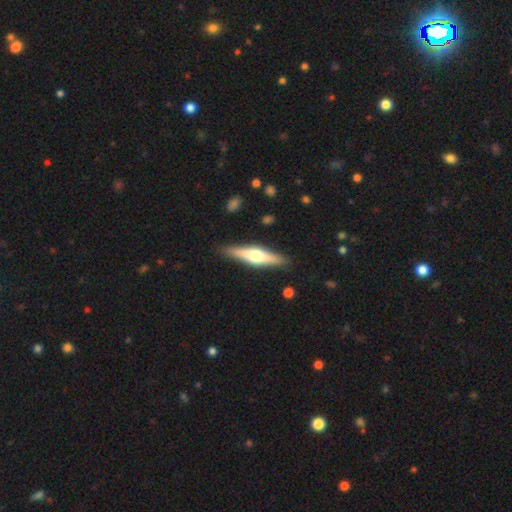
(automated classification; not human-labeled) featured or disk 65%, smooth 30%, star or artifact 5%. Down the decision tree: edge-on disk — yes (96%); edge-on bulge — rounded (92%); merging — none (88%).